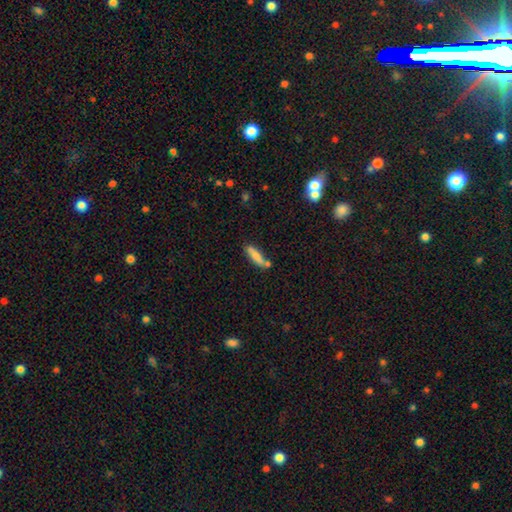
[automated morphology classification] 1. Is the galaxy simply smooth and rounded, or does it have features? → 74% smooth, 19% featured or disk, 7% star or artifact.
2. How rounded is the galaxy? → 66% cigar-shaped, 32% in between, 2% round.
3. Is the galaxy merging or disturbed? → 63% none, 17% merger, 17% minor disturbance, 4% major disturbance.